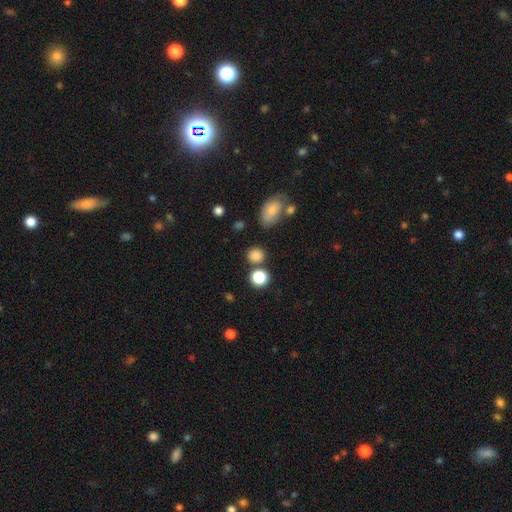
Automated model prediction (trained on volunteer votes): Q: Smooth or featured?
A: smooth (83%); runner-up: star or artifact (12%)
Q: How rounded?
A: round (83%); runner-up: in between (16%)
Q: Merging?
A: none (76%); runner-up: merger (10%)